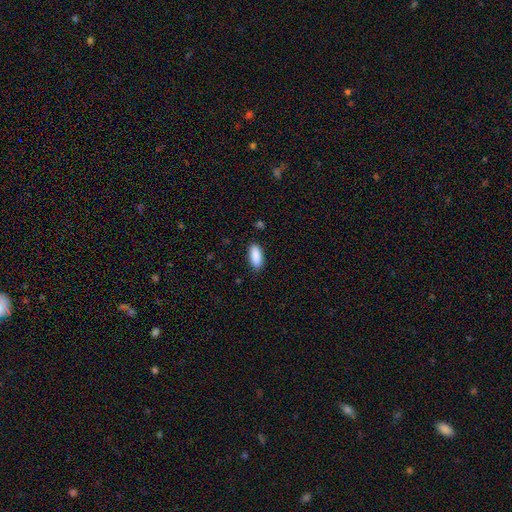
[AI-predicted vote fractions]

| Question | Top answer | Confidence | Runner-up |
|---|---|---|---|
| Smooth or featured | smooth | 89% | star or artifact (6%) |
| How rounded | in between | 81% | cigar-shaped (17%) |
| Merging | none | 86% | minor disturbance (10%) |